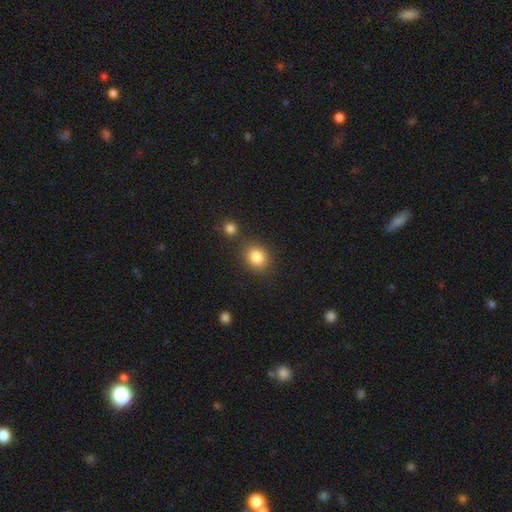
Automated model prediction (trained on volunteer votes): smooth_or_featured: smooth (p=0.84) [alt: star or artifact p=0.10]
how_rounded: round (p=0.69) [alt: in between p=0.30]
merging: none (p=0.77) [alt: merger p=0.10]